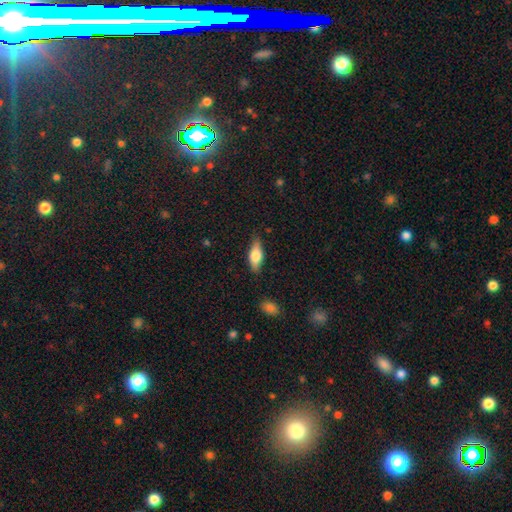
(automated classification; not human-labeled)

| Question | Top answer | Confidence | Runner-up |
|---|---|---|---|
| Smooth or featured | smooth | 66% | featured or disk (27%) |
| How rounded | in between | 73% | cigar-shaped (24%) |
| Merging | none | 80% | minor disturbance (15%) |